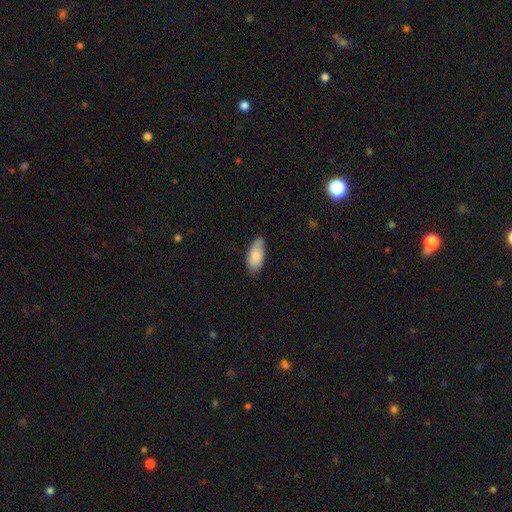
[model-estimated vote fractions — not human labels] Overall: smooth (82%). How rounded: in between (90%). Merging: none (66%; minor disturbance 28%).